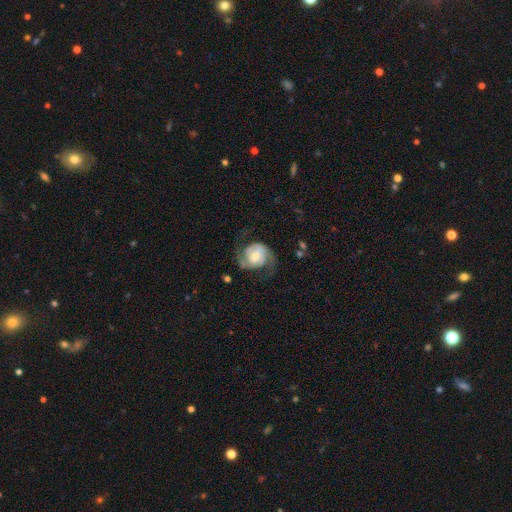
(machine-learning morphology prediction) Smooth or featured?
  - featured or disk: 77% *
  - smooth: 17%
  - star or artifact: 6%
Edge-on disk?
  - no: 98% *
  - yes: 2%
Bar?
  - no: 49% *
  - weak: 39%
  - strong: 12%
Spiral arms?
  - yes: 94% *
  - no: 6%
Spiral winding?
  - medium: 48% *
  - loose: 30%
  - tight: 22%
Spiral arm count?
  - 2: 87% *
  - can't tell: 5%
  - 3: 3%
  - 1: 3%
  - 4: 1%
  - more than 4: 1%
Bulge size?
  - moderate: 39% *
  - small: 35%
  - large: 14%
  - none: 8%
  - dominant: 3%
Merging?
  - none: 63% *
  - minor disturbance: 19%
  - major disturbance: 17%
  - merger: 2%